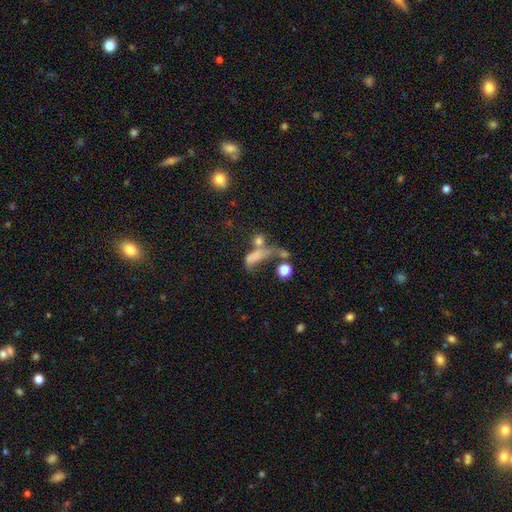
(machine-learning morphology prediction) smooth-or-featured: smooth: 58% | featured or disk: 24% | star or artifact: 18%
  how-rounded: in between: 58% | cigar-shaped: 22% | round: 19%
  merging: merger: 39% | major disturbance: 31% | none: 19% | minor disturbance: 11%